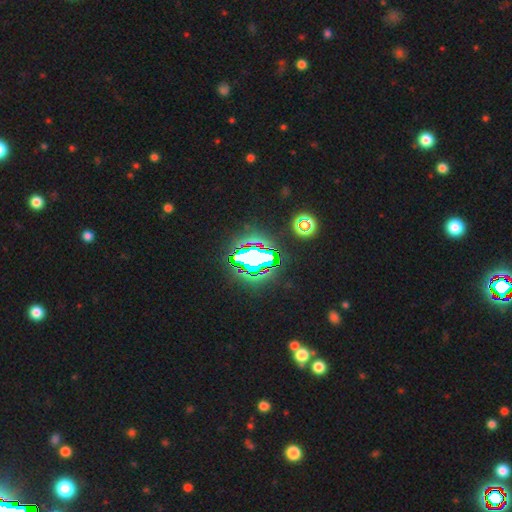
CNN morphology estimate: type=star or artifact (82%).